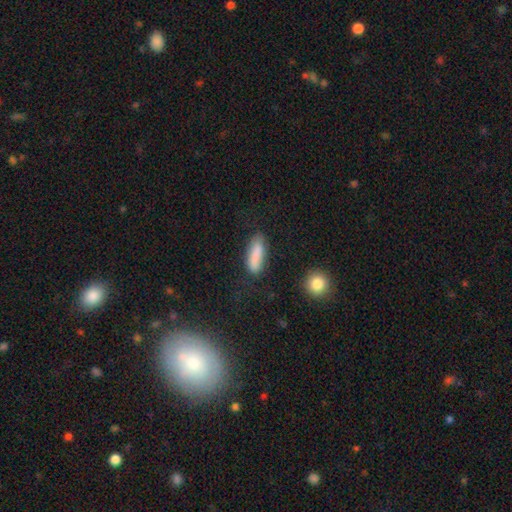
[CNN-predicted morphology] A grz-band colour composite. It shows a smooth galaxy with no disk features (85%) that is in between round and cigar-shaped (50%). Merging: none (73%).